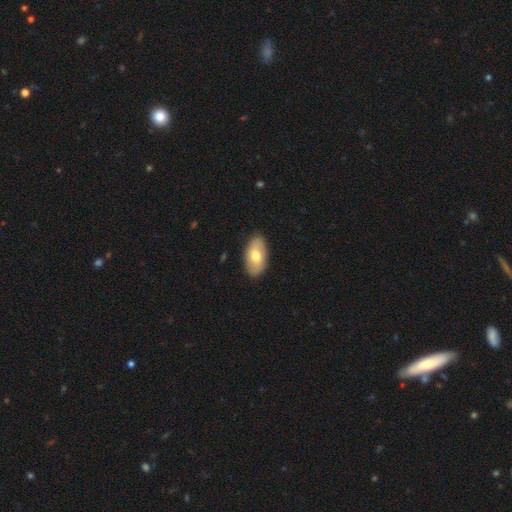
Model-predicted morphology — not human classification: smooth-or-featured: smooth: 68% | featured or disk: 26% | star or artifact: 6%
  how-rounded: in between: 94% | round: 4% | cigar-shaped: 2%
  merging: none: 85% | minor disturbance: 11% | major disturbance: 2% | merger: 1%